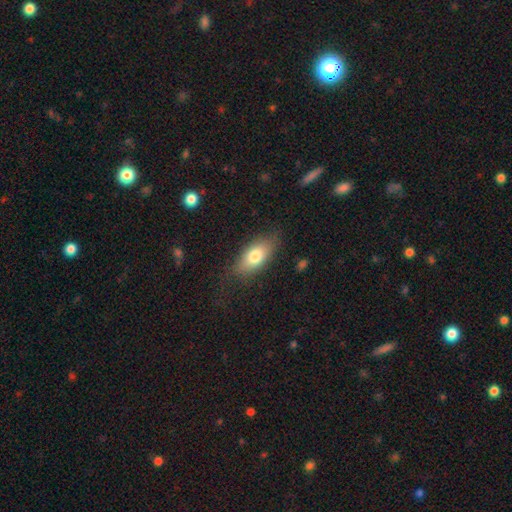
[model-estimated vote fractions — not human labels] A smooth galaxy with no disk features (71%) that is in between round and cigar-shaped (80%). Merging: none (77%).